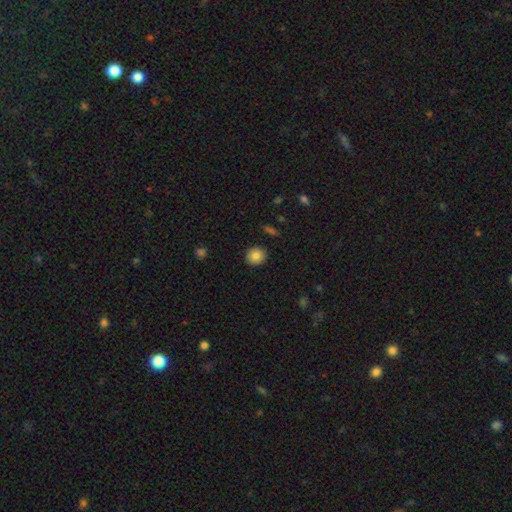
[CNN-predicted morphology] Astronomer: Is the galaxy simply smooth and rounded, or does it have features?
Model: smooth — 84%.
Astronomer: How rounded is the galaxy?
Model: round — 88%.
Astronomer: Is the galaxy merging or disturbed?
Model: none — 91%.